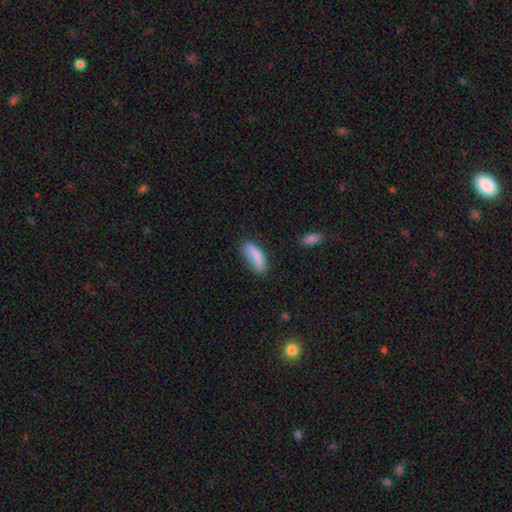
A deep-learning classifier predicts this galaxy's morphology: smooth_or_featured: smooth (p=0.84) [alt: featured or disk p=0.09]
how_rounded: in between (p=0.61) [alt: cigar-shaped p=0.37]
merging: none (p=0.66) [alt: minor disturbance p=0.24]